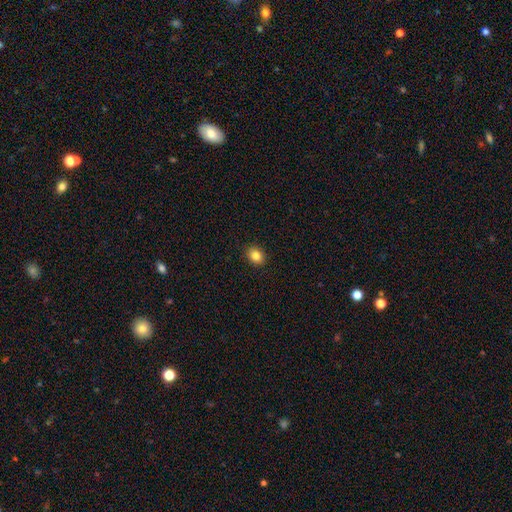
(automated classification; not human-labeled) The model was most divided on "how rounded": round: 50%, in between: 49%, cigar-shaped: 1%. More confident: merging — none (91%); smooth or featured — smooth (84%).